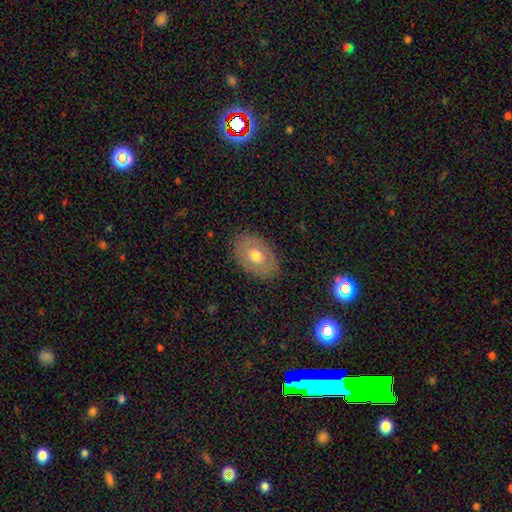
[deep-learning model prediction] This is likely a smooth galaxy (63%). How rounded: clearly in between (84%). Merging: clearly none (85%).